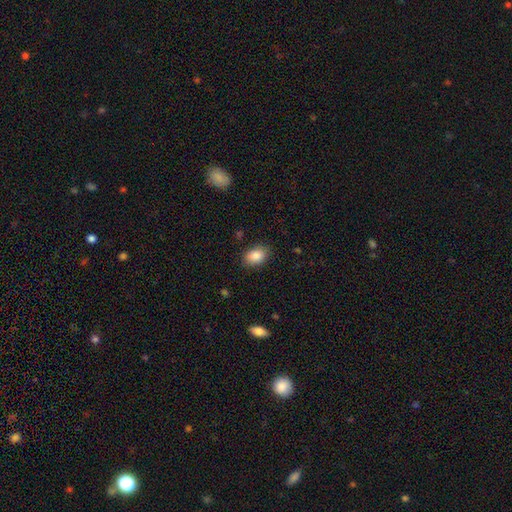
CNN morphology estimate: Smooth or featured? smooth (87%)
How rounded? in between (83%)
Merging? none (85%)